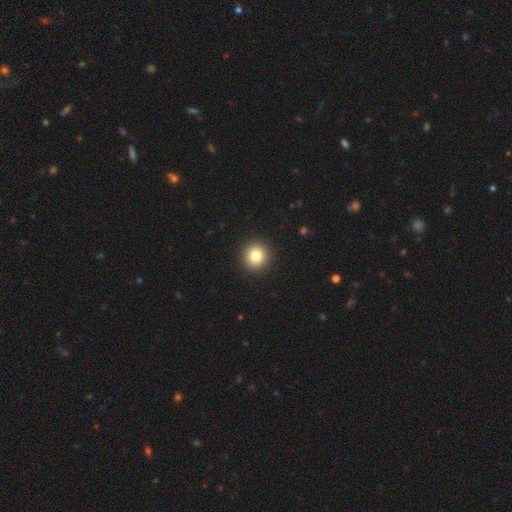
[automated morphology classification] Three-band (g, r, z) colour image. It shows a smooth galaxy with no disk features (81%) that is round (94%). Merging: none (93%).